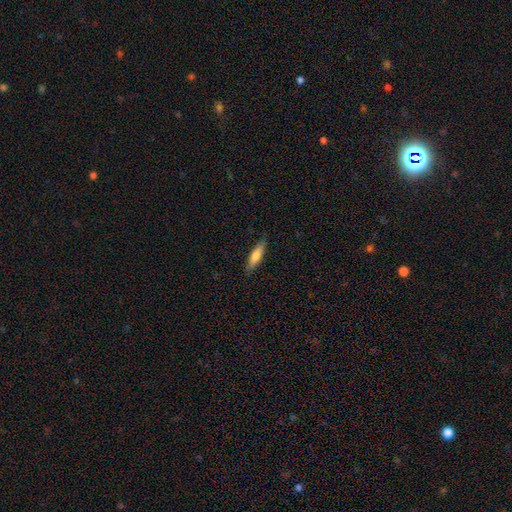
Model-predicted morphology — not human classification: Smooth or featured? Predicted: smooth (p=0.67). How rounded? Predicted: cigar-shaped (p=0.75). Merging? Predicted: none (p=0.88).